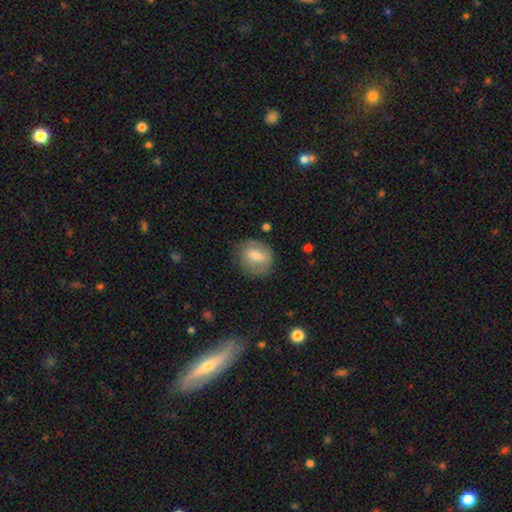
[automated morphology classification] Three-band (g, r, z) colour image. It shows a smooth galaxy with no disk features (55%) that is round (74%). Merging: none (74%).